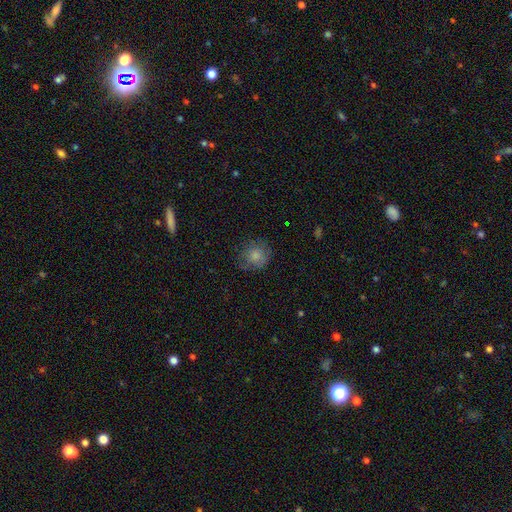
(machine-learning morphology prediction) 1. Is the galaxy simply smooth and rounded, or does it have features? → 80% smooth, 11% featured or disk, 10% star or artifact.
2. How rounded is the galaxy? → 88% round, 11% in between, 1% cigar-shaped.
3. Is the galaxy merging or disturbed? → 72% none, 20% minor disturbance, 7% major disturbance, 1% merger.